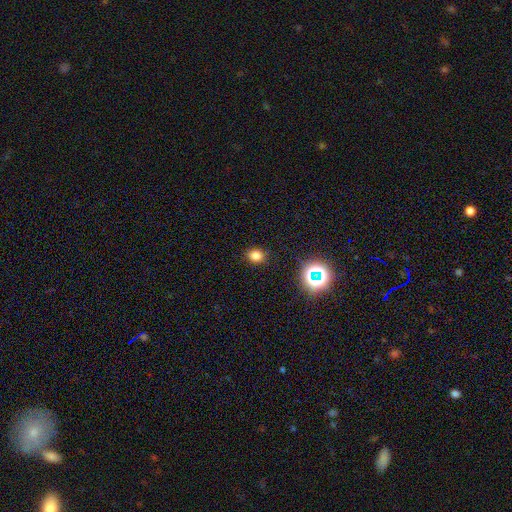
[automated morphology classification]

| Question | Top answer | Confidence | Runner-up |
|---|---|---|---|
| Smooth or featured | smooth | 77% | star or artifact (18%) |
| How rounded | round | 55% | in between (44%) |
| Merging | none | 88% | minor disturbance (8%) |